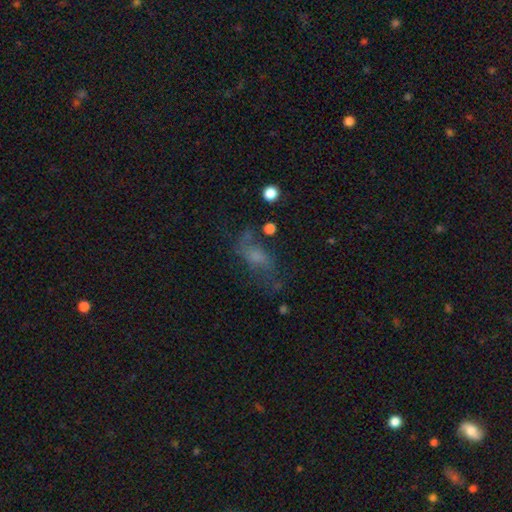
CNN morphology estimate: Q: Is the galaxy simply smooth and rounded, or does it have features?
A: featured or disk — 41%.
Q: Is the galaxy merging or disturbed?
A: none — 45%.